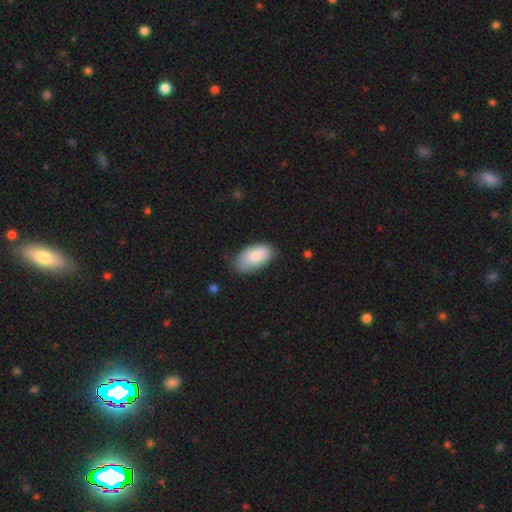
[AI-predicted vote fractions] This appears to be a smooth galaxy with no disk features (81%) that is in between round and cigar-shaped (95%). Merging: none (68%).